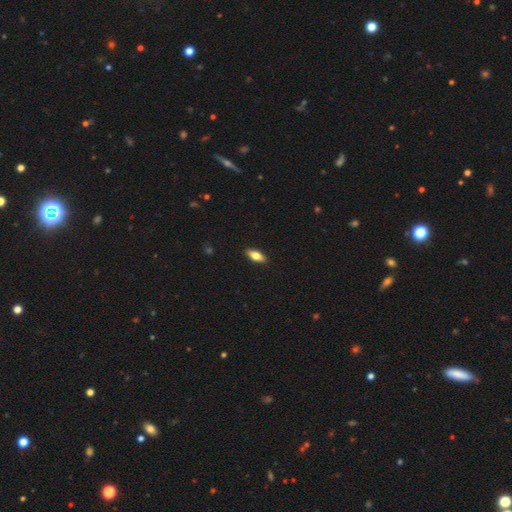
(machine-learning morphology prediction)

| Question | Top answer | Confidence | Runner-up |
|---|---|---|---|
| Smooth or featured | smooth | 67% | featured or disk (27%) |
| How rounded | in between | 76% | cigar-shaped (21%) |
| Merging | none | 90% | minor disturbance (8%) |